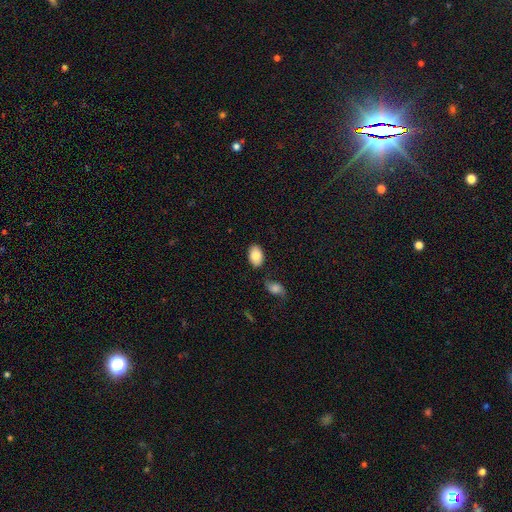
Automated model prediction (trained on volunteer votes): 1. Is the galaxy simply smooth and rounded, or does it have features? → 84% smooth, 9% featured or disk, 7% star or artifact.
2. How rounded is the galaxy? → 91% in between, 8% round, 1% cigar-shaped.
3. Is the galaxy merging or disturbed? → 78% none, 13% minor disturbance, 6% merger, 3% major disturbance.